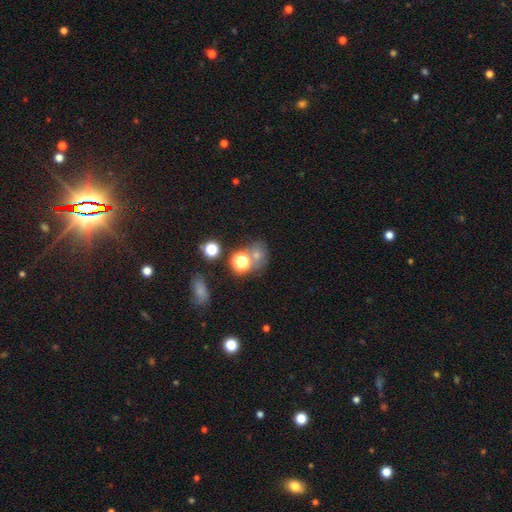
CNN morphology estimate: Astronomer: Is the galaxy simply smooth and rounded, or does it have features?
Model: smooth — 57%.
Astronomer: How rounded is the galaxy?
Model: round — 68%.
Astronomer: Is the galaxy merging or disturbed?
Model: none — 51% (runner-up: merger, 28%).